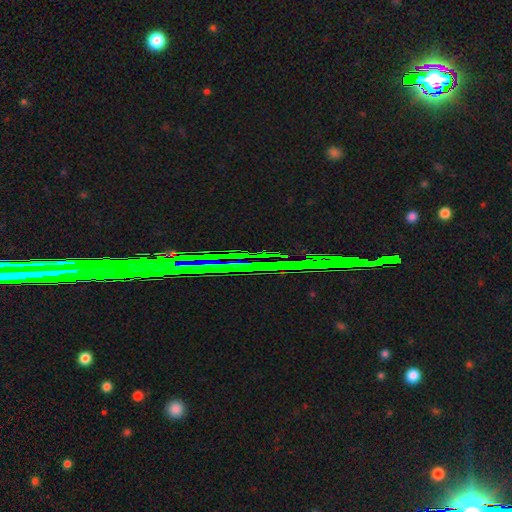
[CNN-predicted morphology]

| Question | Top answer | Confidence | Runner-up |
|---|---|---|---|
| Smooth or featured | star or artifact | 81% | featured or disk (10%) |